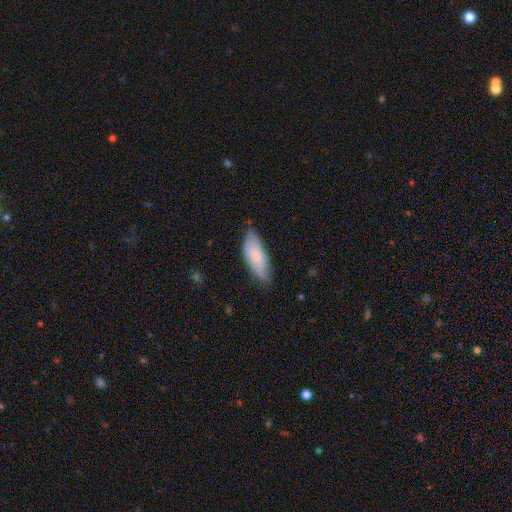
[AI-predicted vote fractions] Smooth or featured: smooth — 75% (featured or disk — 20%)
How rounded: in between — 76% (cigar-shaped — 22%)
Merging: none — 61% (minor disturbance — 32%)